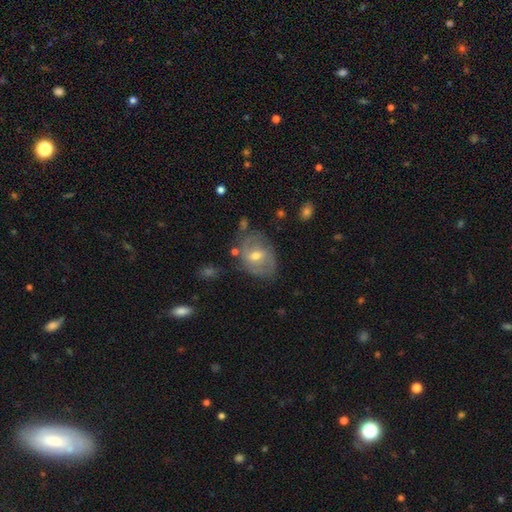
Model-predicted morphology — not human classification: smooth_or_featured: featured or disk (p=0.66) [alt: smooth p=0.25]
disk_edge_on: no (p=0.96) [alt: yes p=0.04]
bar: weak (p=0.53) [alt: no p=0.32]
has_spiral_arms: yes (p=0.77) [alt: no p=0.23]
bulge_size: moderate (p=0.62) [alt: small p=0.33]
merging: none (p=0.64) [alt: minor disturbance p=0.22]